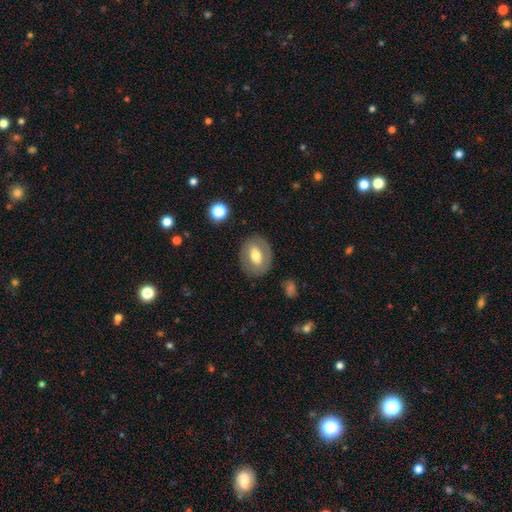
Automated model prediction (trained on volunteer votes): This is possibly a smooth galaxy (52%). How rounded: likely in between (67%). Merging: clearly none (81%).